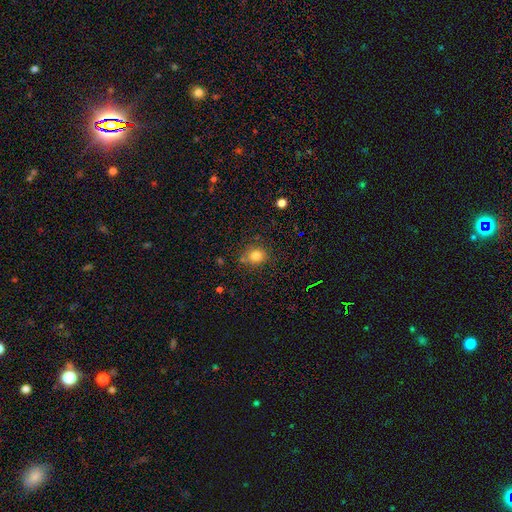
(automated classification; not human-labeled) Smooth or featured: smooth — 81% (star or artifact — 12%)
How rounded: round — 69% (in between — 30%)
Merging: none — 75% (minor disturbance — 15%)